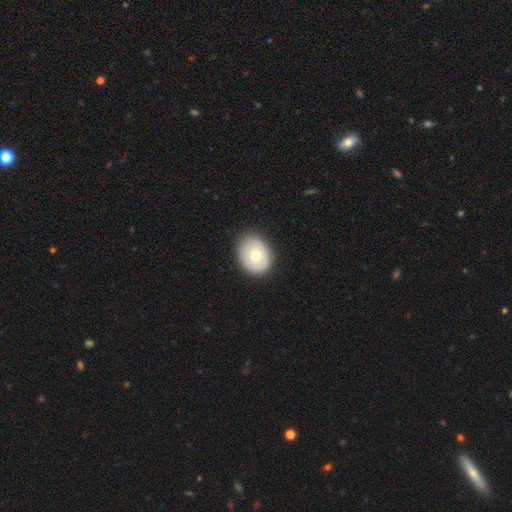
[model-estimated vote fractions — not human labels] smooth 75%, featured or disk 18%, star or artifact 7%. Down the decision tree: how rounded — in between (61%); merging — none (81%).